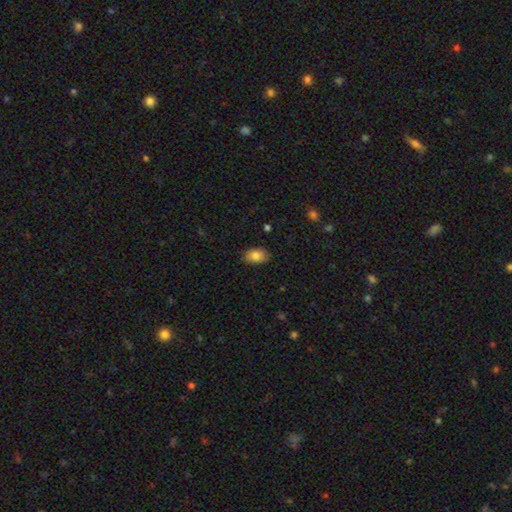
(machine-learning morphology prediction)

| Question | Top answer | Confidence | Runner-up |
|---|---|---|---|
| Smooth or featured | smooth | 83% | featured or disk (9%) |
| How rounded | in between | 89% | round (10%) |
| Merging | none | 86% | minor disturbance (11%) |